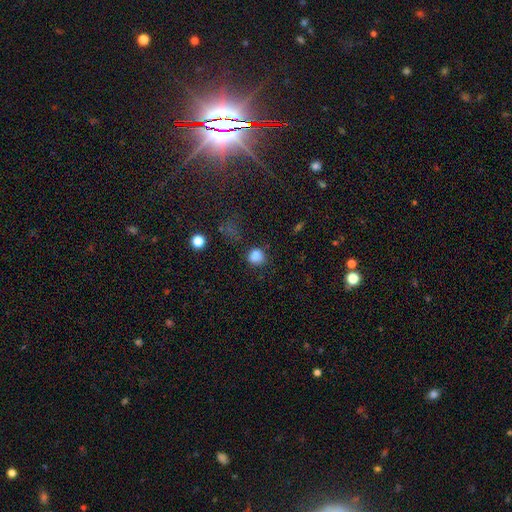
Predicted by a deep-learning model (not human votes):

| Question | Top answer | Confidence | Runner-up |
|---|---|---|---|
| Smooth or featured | smooth | 81% | star or artifact (14%) |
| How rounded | round | 78% | in between (21%) |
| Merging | none | 70% | minor disturbance (19%) |